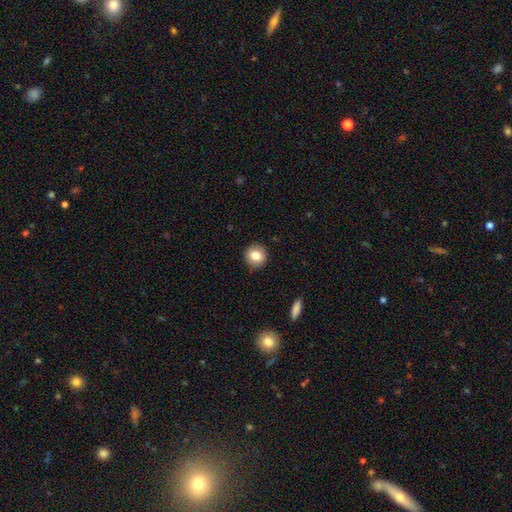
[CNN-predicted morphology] A smooth galaxy with no disk features (81%) that is round (91%). Merging: none (90%).